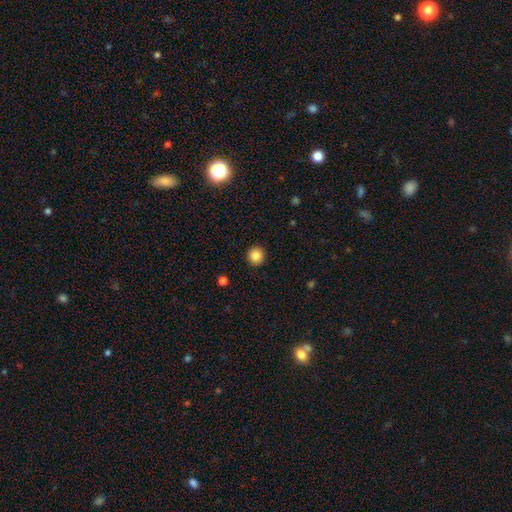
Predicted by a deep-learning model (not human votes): smooth_or_featured: smooth (p=0.84) [alt: star or artifact p=0.10]
how_rounded: round (p=0.93) [alt: in between p=0.06]
merging: none (p=0.93) [alt: minor disturbance p=0.05]